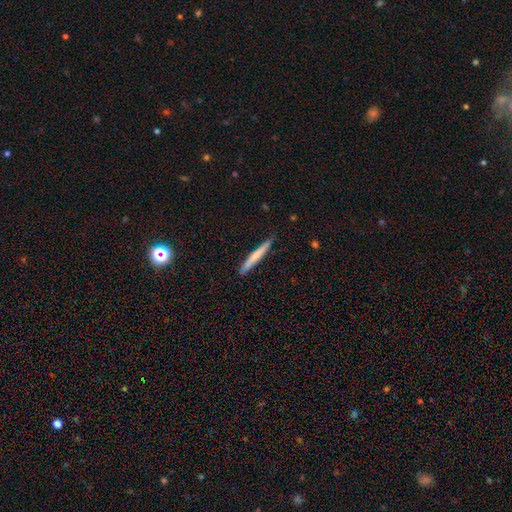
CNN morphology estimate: Q: Smooth or featured?
A: smooth (66%); runner-up: featured or disk (28%)
Q: How rounded?
A: cigar-shaped (96%); runner-up: in between (3%)
Q: Merging?
A: none (87%); runner-up: minor disturbance (10%)